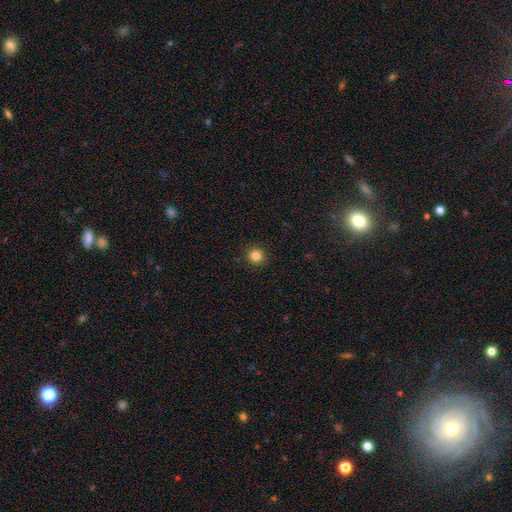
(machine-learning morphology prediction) Smooth or featured? smooth (83%)
How rounded? round (92%)
Merging? none (91%)